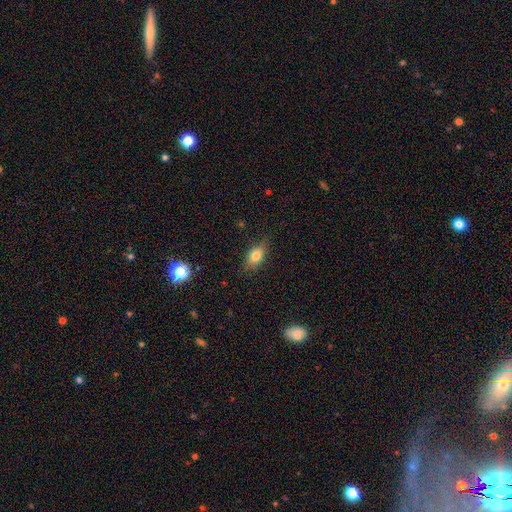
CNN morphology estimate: Overall: smooth (75%). How rounded: in between (80%). Merging: none (77%).